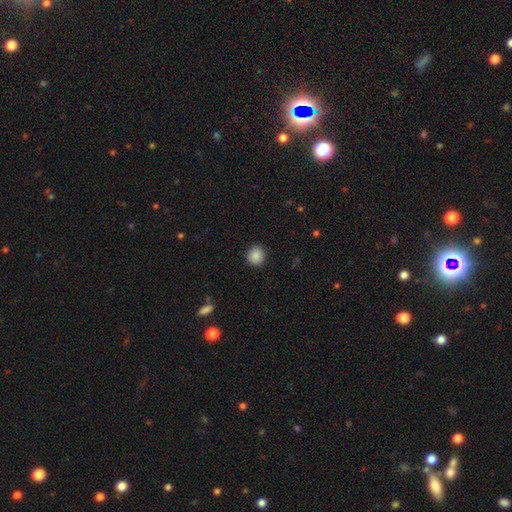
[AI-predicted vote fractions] The model was most divided on "smooth or featured": smooth: 87%, star or artifact: 9%, featured or disk: 4%. More confident: merging — none (92%); how rounded — round (91%).